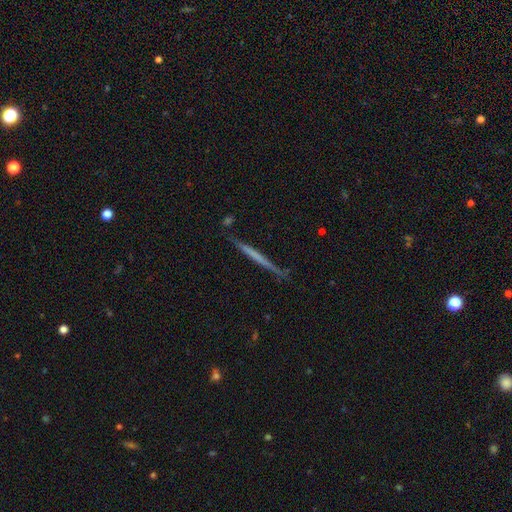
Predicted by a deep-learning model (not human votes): smooth-or-featured: featured or disk: 53% | smooth: 41% | star or artifact: 6%
  disk-edge-on: yes: 97% | no: 3%
    edge-on-bulge: none: 89% | rounded: 6% | boxy: 5%
  merging: none: 84% | minor disturbance: 11% | major disturbance: 2% | merger: 2%